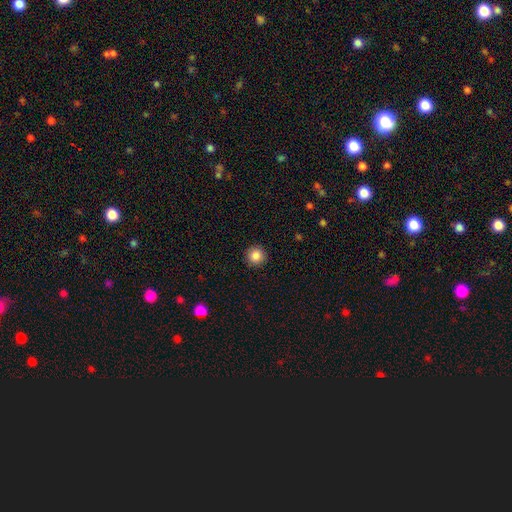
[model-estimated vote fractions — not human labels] Smooth or featured?
  - smooth: 87% *
  - star or artifact: 10%
  - featured or disk: 4%
How rounded?
  - round: 95% *
  - in between: 4%
  - cigar-shaped: 1%
Merging?
  - none: 92% *
  - minor disturbance: 5%
  - major disturbance: 2%
  - merger: 1%